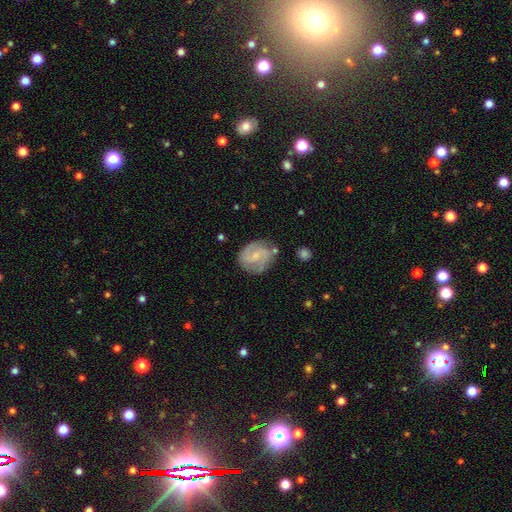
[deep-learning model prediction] featured or disk 78%, smooth 17%, star or artifact 6%. Down the decision tree: edge-on disk — no (98%); bar — weak (48%); spiral arms — yes (94%); spiral arm count — 2 (76%); spiral winding — medium (49%); bulge size — small (65%); merging — none (72%).